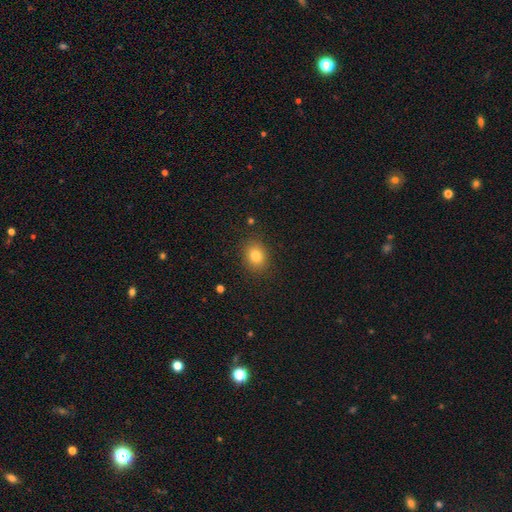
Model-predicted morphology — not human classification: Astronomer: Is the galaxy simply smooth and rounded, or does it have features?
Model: smooth — 81%.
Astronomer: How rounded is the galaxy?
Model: round — 54% (runner-up: in between, 45%).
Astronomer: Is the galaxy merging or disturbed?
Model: none — 87%.